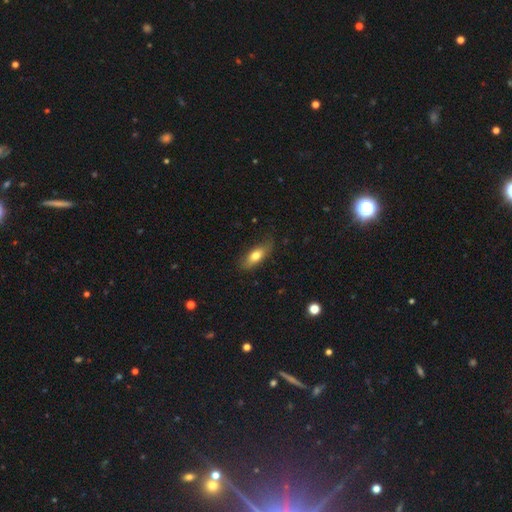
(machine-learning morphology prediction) Smooth or featured? Predicted: smooth (p=0.71). How rounded? Predicted: in between (p=0.70). Merging? Predicted: none (p=0.74).